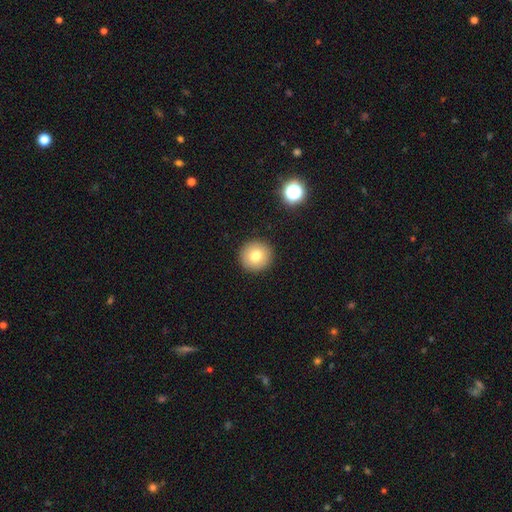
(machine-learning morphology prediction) Smooth or featured?
  - smooth: 77% *
  - featured or disk: 13%
  - star or artifact: 10%
How rounded?
  - round: 95% *
  - in between: 4%
  - cigar-shaped: 1%
Merging?
  - none: 93% *
  - minor disturbance: 5%
  - major disturbance: 2%
  - merger: 1%